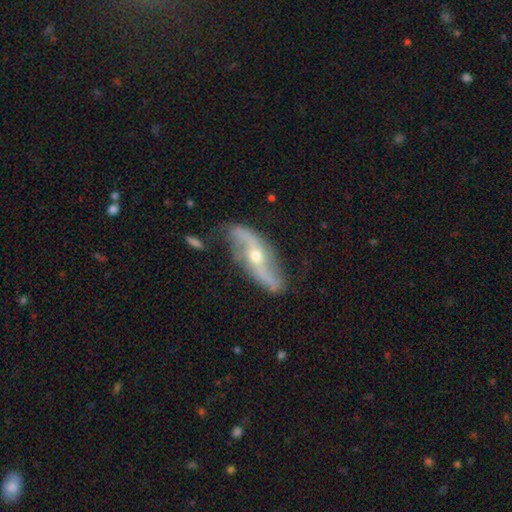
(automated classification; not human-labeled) This appears to be a featured or disk galaxy (87%) with no bar (49%), 2 (93%) loose (84%) spiral arms (94%) and a moderate central bulge (52%). Merging: none (75%).